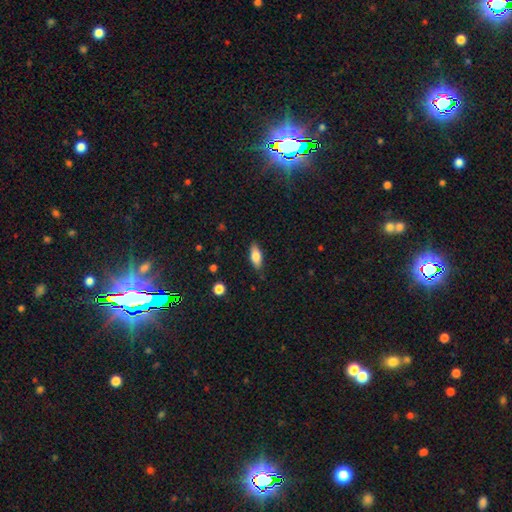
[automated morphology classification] smooth-or-featured: smooth: 77% | featured or disk: 16% | star or artifact: 7%
  how-rounded: in between: 78% | cigar-shaped: 20% | round: 3%
  merging: none: 85% | minor disturbance: 11% | major disturbance: 2% | merger: 1%